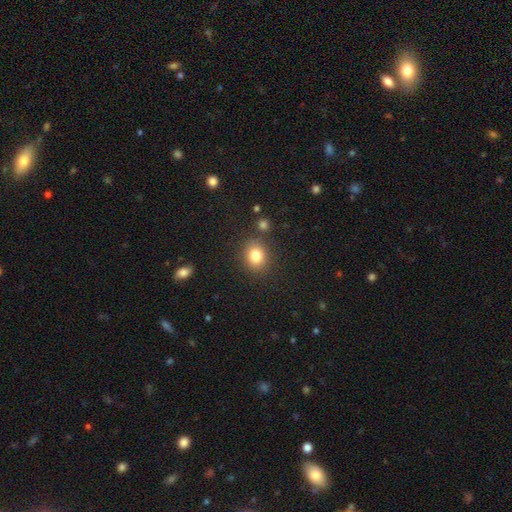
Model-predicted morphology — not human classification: The model was most divided on "how rounded": round: 69%, in between: 30%, cigar-shaped: 1%. More confident: smooth or featured — smooth (82%); merging — none (81%).